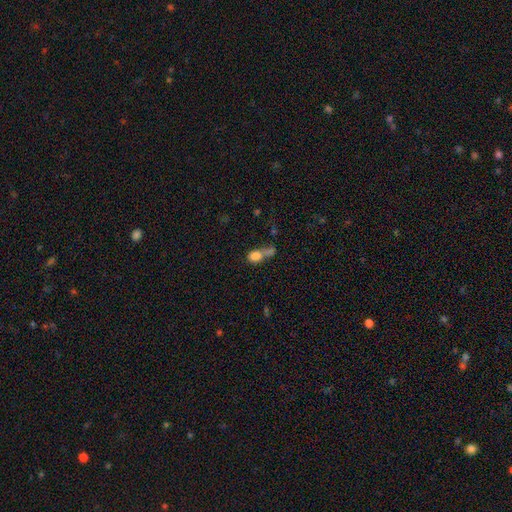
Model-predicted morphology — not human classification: The model was most divided on "merging": merger: 58%, none: 24%, minor disturbance: 10%, major disturbance: 9%. More confident: smooth or featured — smooth (79%); how rounded — in between (68%).